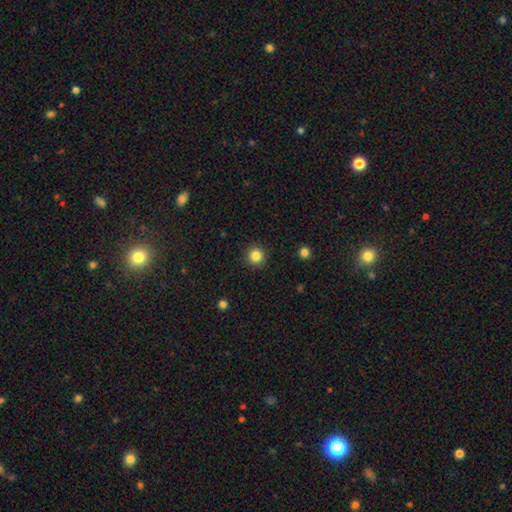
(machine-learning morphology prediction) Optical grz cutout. It shows a smooth galaxy with no disk features (84%) that is round (95%). Merging: none (92%).